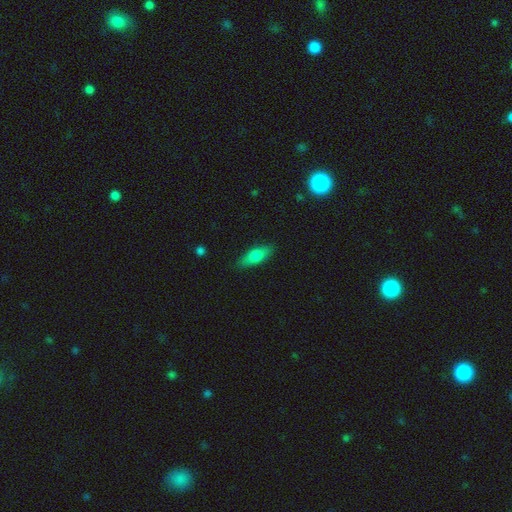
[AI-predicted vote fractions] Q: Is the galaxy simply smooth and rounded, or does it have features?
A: smooth — 73%.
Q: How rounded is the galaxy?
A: in between — 68%.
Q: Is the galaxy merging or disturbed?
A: none — 85%.